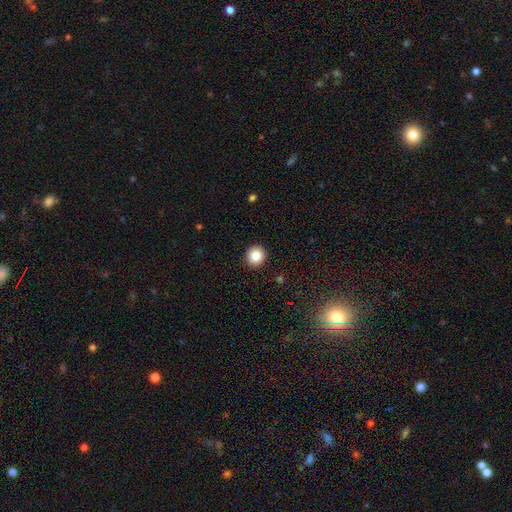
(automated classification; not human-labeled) Smooth or featured?
  - smooth: 84% *
  - star or artifact: 10%
  - featured or disk: 6%
How rounded?
  - round: 92% *
  - in between: 7%
  - cigar-shaped: 1%
Merging?
  - none: 93% *
  - minor disturbance: 5%
  - major disturbance: 2%
  - merger: 1%